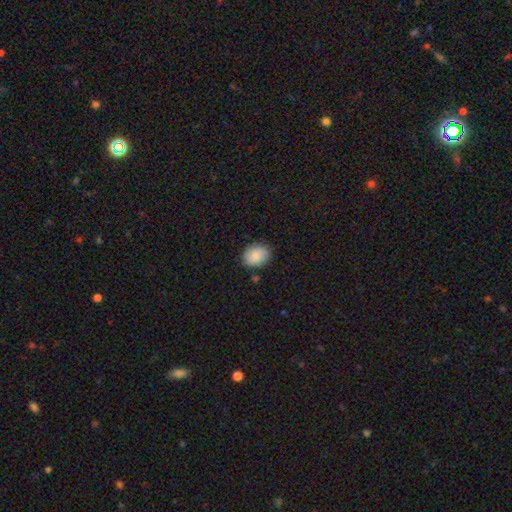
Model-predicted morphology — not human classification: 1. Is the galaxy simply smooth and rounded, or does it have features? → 82% smooth, 11% featured or disk, 7% star or artifact.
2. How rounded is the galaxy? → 61% in between, 38% round, 1% cigar-shaped.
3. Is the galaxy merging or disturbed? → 82% none, 14% minor disturbance, 3% major disturbance, 2% merger.